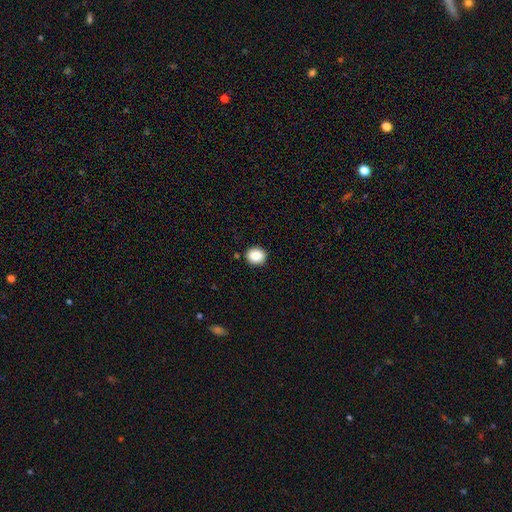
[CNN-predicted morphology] This appears to be a smooth galaxy with no disk features (87%) that is round (77%). Merging: none (89%).